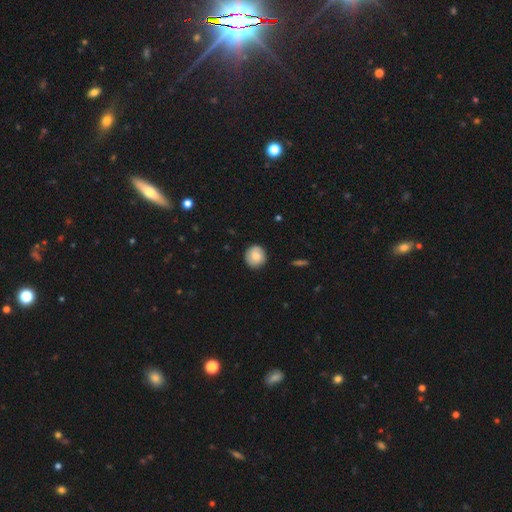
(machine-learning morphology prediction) smooth_or_featured: smooth (p=0.77) [alt: featured or disk p=0.16]
how_rounded: round (p=0.91) [alt: in between p=0.08]
merging: none (p=0.88) [alt: minor disturbance p=0.09]